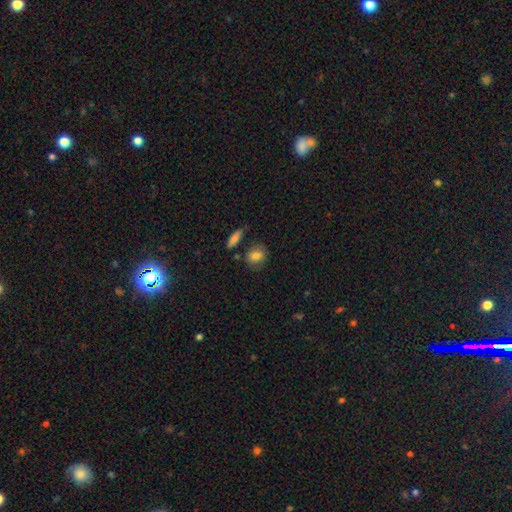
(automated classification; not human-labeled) Smooth or featured? Predicted: smooth (p=0.80). How rounded? Predicted: round (p=0.51). Merging? Predicted: none (p=0.73).